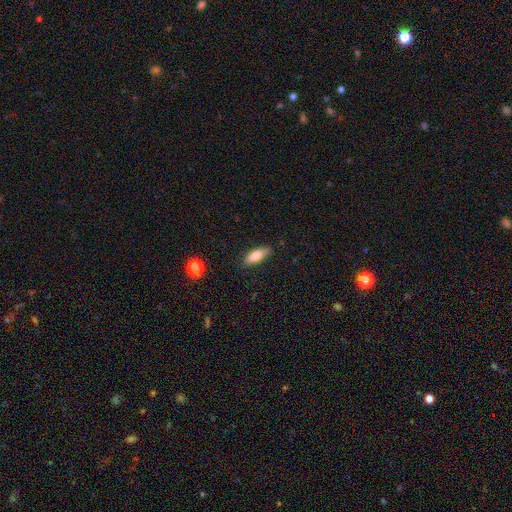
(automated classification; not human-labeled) This appears to be a smooth galaxy with no disk features (78%) that is in between round and cigar-shaped (64%). Merging: none (83%).